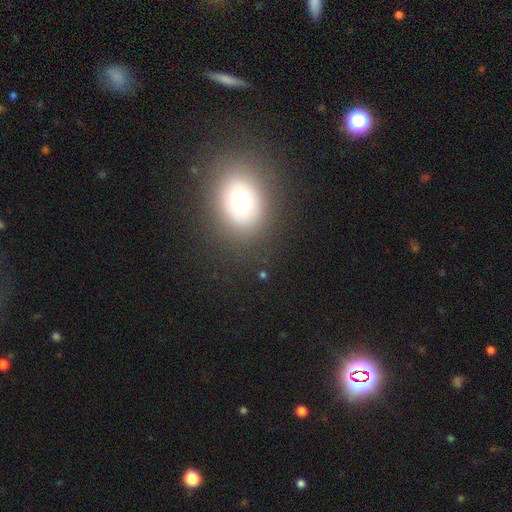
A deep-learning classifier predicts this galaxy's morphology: Q: Smooth or featured?
A: smooth (71%); runner-up: star or artifact (17%)
Q: How rounded?
A: in between (59%); runner-up: round (40%)
Q: Merging?
A: none (87%); runner-up: minor disturbance (8%)